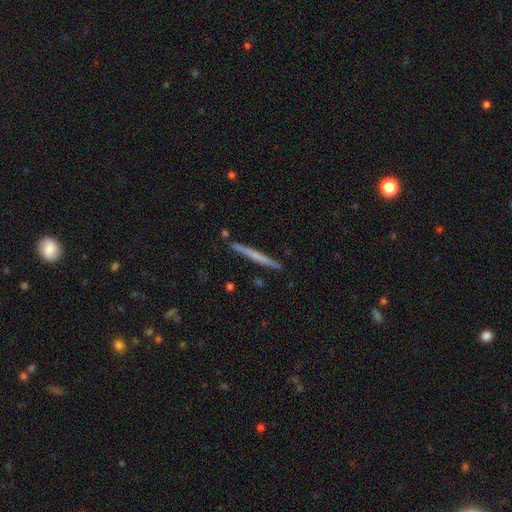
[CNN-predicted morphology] type=smooth (48%); merging=none (89%).